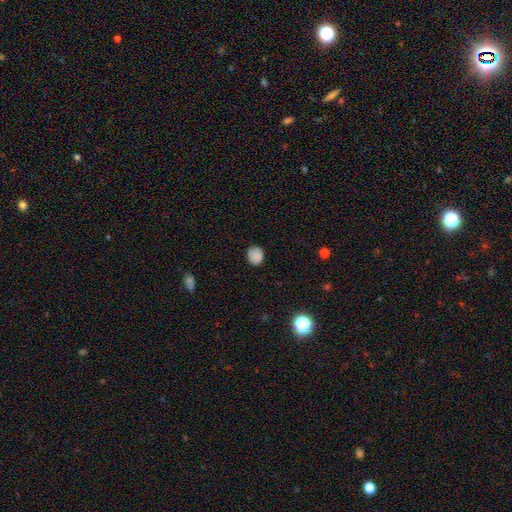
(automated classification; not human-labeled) A smooth galaxy with no disk features (83%) that is round (67%). Merging: none (78%).